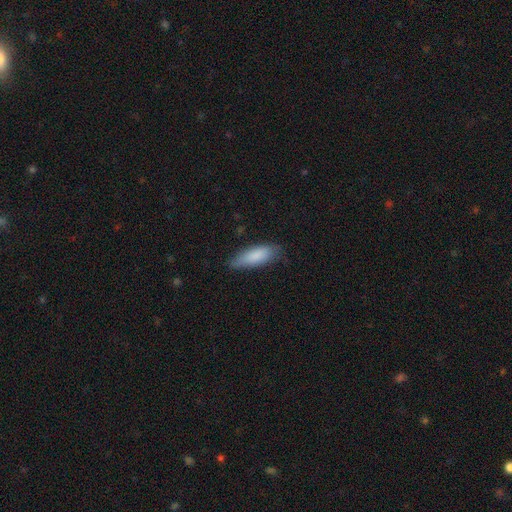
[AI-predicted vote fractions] smooth 84%, featured or disk 10%, star or artifact 6%. Down the decision tree: how rounded — in between (60%); merging — none (74%).